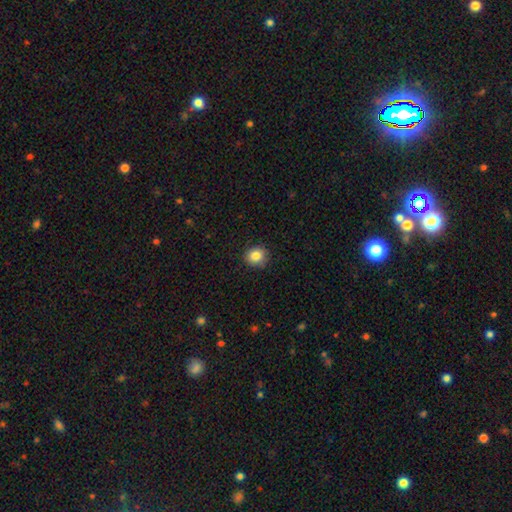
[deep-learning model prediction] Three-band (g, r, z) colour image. It shows a smooth galaxy with no disk features (85%) that is round (83%). Merging: none (87%).